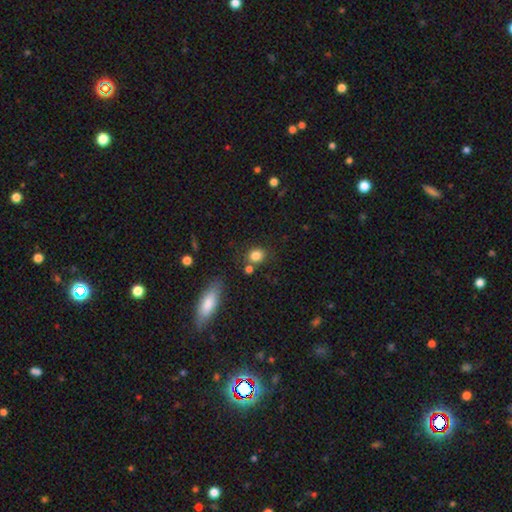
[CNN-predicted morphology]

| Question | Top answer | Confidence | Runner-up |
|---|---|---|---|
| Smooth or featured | smooth | 84% | star or artifact (10%) |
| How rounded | round | 65% | in between (33%) |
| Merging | none | 71% | minor disturbance (13%) |